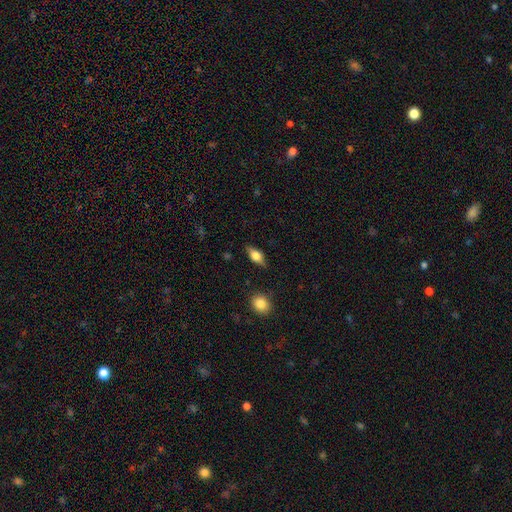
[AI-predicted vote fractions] A smooth galaxy with no disk features (67%) that is in between round and cigar-shaped (81%).

Vote fractions:
- Smooth or featured? smooth: 67% / featured or disk: 26% / star or artifact: 7%
- How rounded? in between: 81% / cigar-shaped: 13% / round: 6%
- Merging? none: 84% / minor disturbance: 12% / major disturbance: 3% / merger: 1%